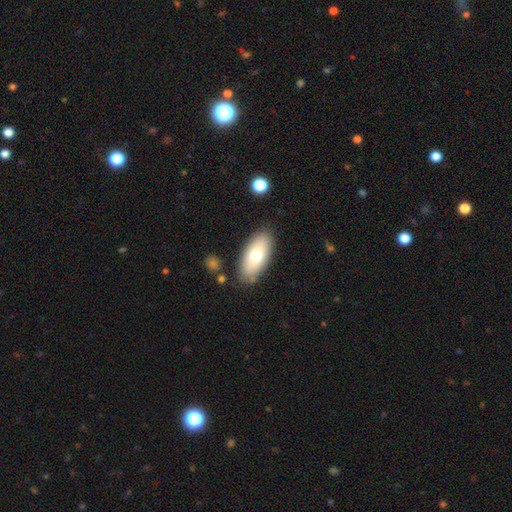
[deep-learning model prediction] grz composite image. It shows a smooth galaxy with no disk features (71%) that is in between round and cigar-shaped (89%). Merging: none (83%).